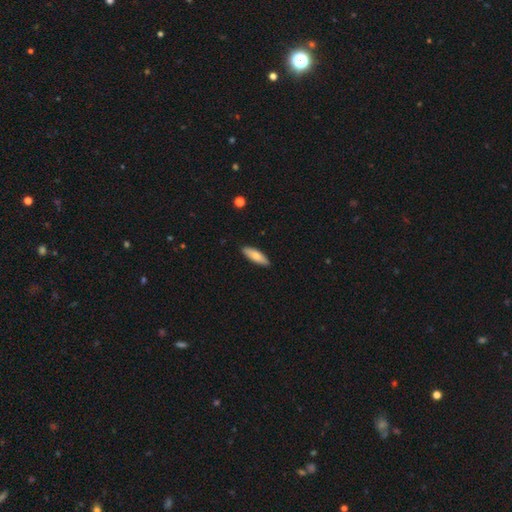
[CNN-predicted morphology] Smooth or featured? smooth (75%)
How rounded? in between (50%)
Merging? none (89%)